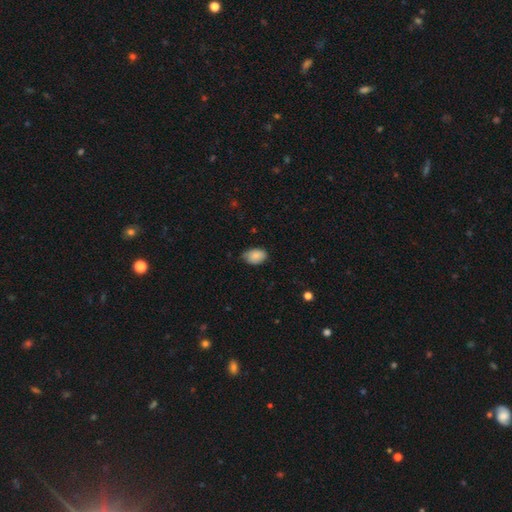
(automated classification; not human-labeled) smooth_or_featured: smooth (p=0.86) [alt: featured or disk p=0.07]
how_rounded: in between (p=0.86) [alt: round p=0.13]
merging: none (p=0.65) [alt: minor disturbance p=0.30]